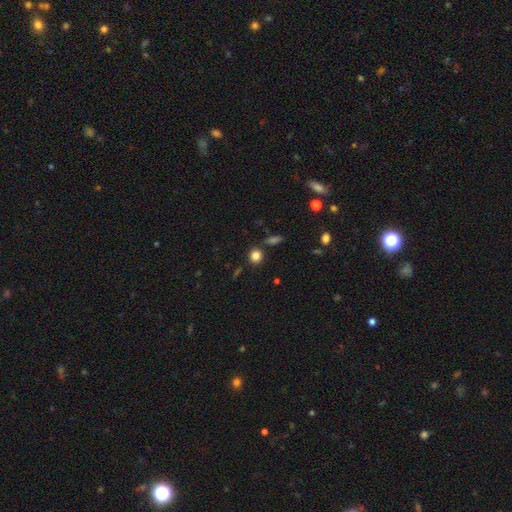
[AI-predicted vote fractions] A smooth galaxy with no disk features (83%) that is round (82%). Merging: none (83%).